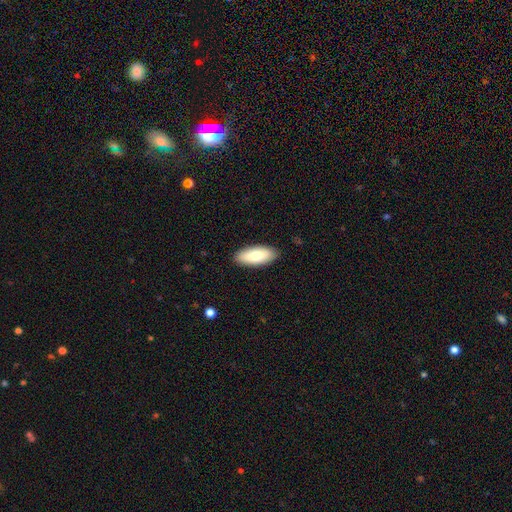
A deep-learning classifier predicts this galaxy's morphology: type=smooth (80%); roundness=in between (83%); merging=none (89%).